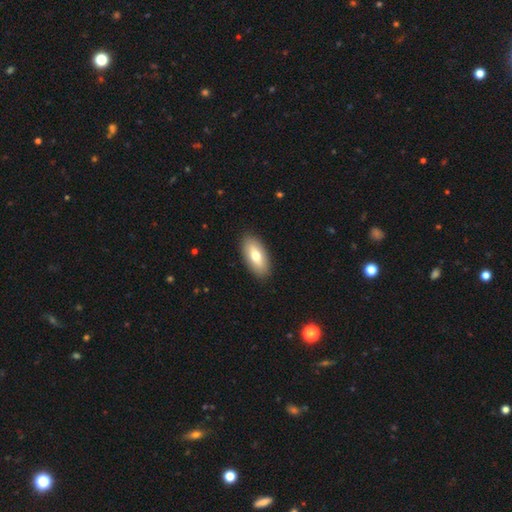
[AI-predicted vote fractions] Smooth or featured? smooth (72%)
How rounded? in between (88%)
Merging? none (89%)